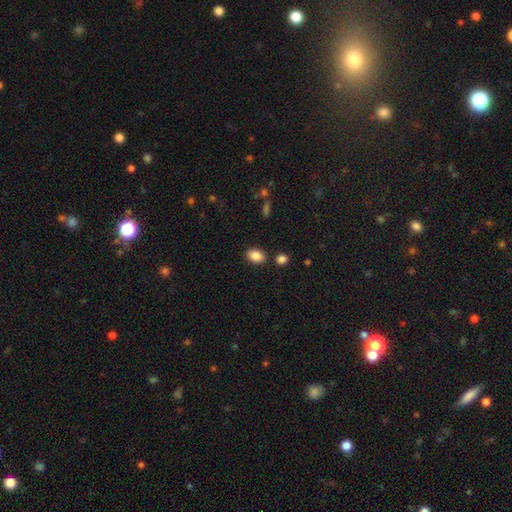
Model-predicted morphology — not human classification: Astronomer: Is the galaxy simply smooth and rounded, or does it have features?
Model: smooth — 87%.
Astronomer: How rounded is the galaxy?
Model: in between — 86%.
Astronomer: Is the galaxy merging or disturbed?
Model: none — 84%.